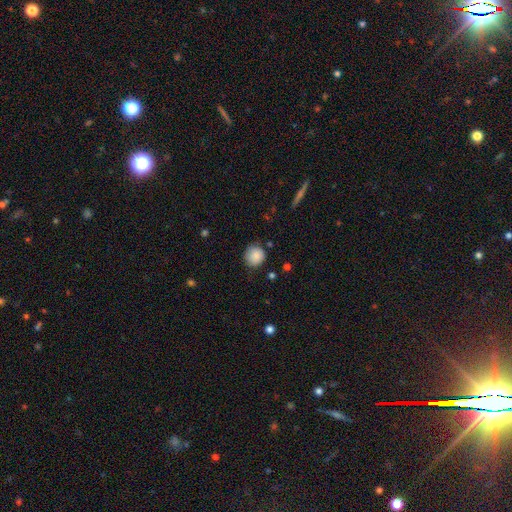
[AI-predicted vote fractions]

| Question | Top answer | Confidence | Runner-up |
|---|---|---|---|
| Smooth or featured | smooth | 87% | star or artifact (8%) |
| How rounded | round | 89% | in between (10%) |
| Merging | none | 77% | minor disturbance (18%) |